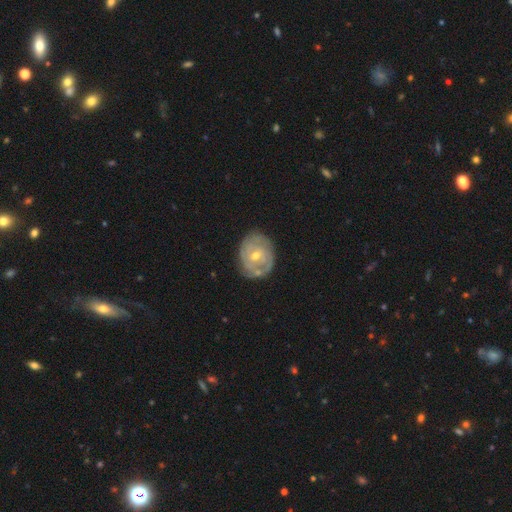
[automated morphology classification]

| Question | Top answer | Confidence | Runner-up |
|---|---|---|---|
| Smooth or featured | featured or disk | 75% | smooth (19%) |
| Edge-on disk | no | 97% | yes (3%) |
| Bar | no | 63% | weak (31%) |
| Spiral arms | yes | 80% | no (20%) |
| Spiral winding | tight | 69% | medium (24%) |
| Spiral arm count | can't tell | 41% | 2 (33%) |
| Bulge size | small | 49% | moderate (48%) |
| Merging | none | 75% | minor disturbance (18%) |